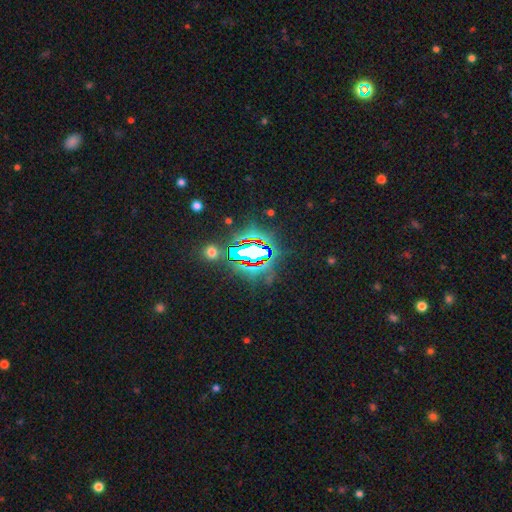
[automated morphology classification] A star or artifact, not a galaxy (74%).